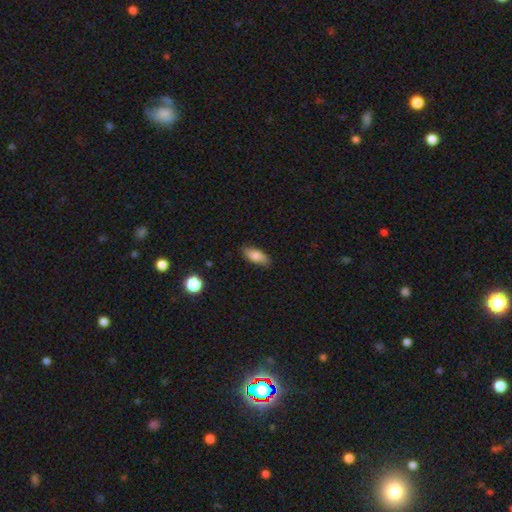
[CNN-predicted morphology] Smooth or featured: smooth — 82% (featured or disk — 11%)
How rounded: in between — 80% (cigar-shaped — 17%)
Merging: none — 83% (minor disturbance — 13%)